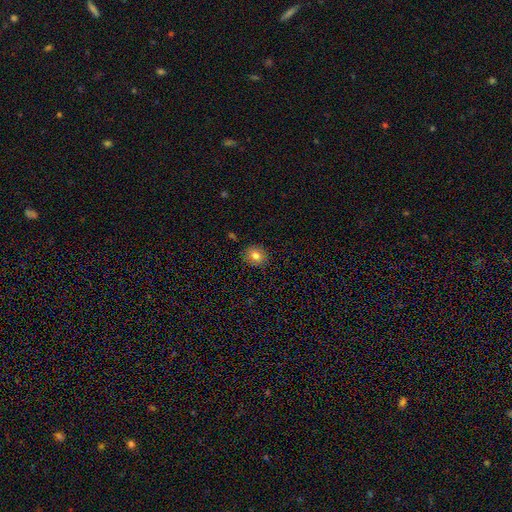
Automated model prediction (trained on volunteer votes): Morphology: type=smooth (80%); roundness=round (75%); merging=none (88%).